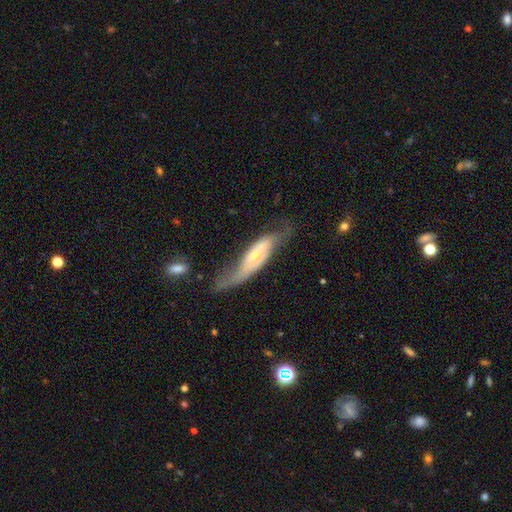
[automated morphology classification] Smooth or featured?
  - featured or disk: 67% *
  - smooth: 27%
  - star or artifact: 6%
Edge-on disk?
  - no: 74% *
  - yes: 26%
Merging?
  - none: 38% *
  - major disturbance: 30%
  - minor disturbance: 27%
  - merger: 4%